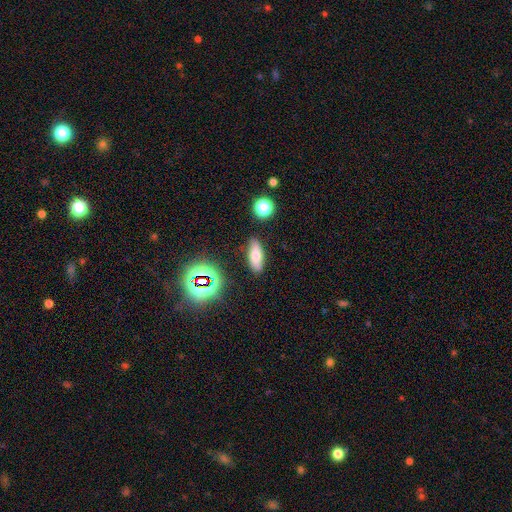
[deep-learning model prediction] smooth-or-featured: smooth: 65% | featured or disk: 22% | star or artifact: 14%
  how-rounded: in between: 62% | cigar-shaped: 33% | round: 5%
  merging: none: 84% | minor disturbance: 10% | major disturbance: 3% | merger: 3%